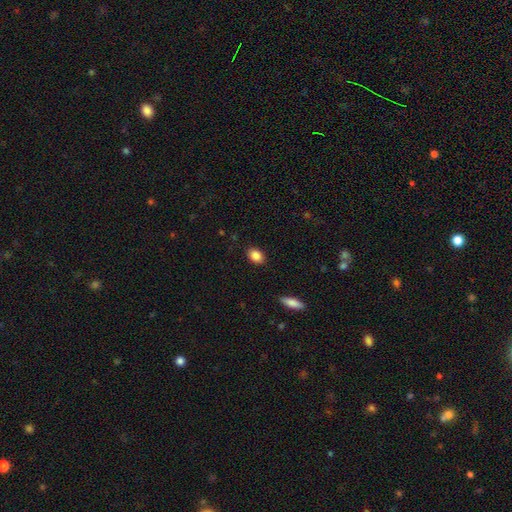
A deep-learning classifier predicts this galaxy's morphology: Overall: smooth (86%). How rounded: in between (78%). Merging: none (88%).